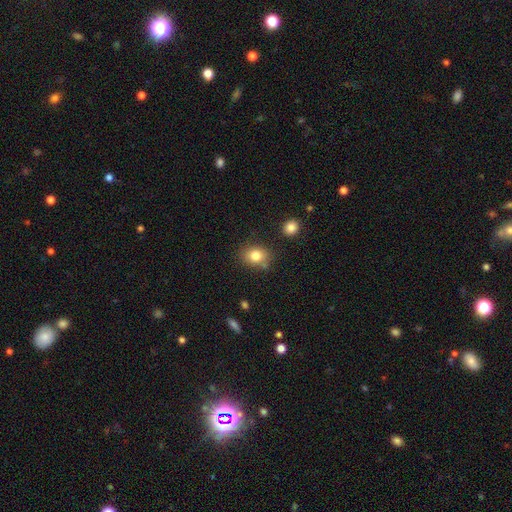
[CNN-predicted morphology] This appears to be a smooth galaxy with no disk features (81%) that is round (50%). Merging: none (75%).